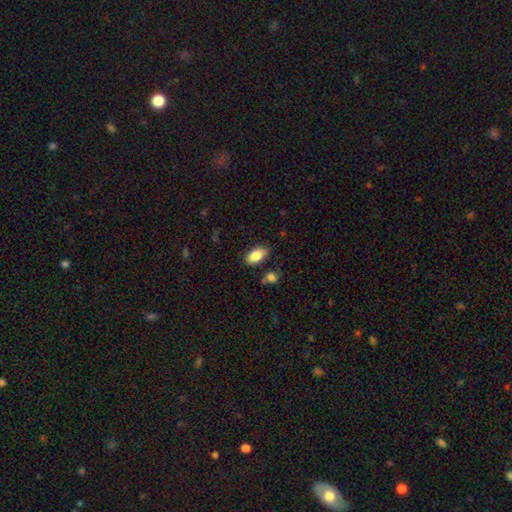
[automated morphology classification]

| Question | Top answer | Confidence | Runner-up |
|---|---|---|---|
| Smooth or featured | smooth | 83% | featured or disk (10%) |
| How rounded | in between | 91% | cigar-shaped (4%) |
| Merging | none | 82% | minor disturbance (12%) |